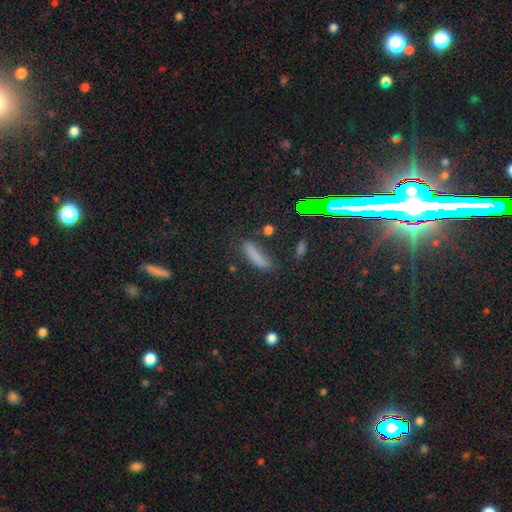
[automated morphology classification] Overall: smooth (76%). How rounded: cigar-shaped (73%). Merging: none (71%).